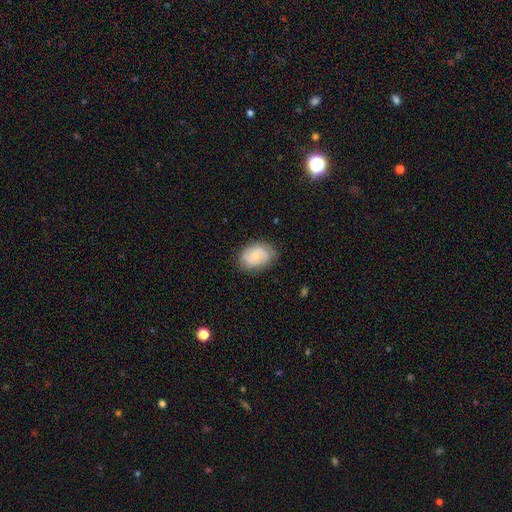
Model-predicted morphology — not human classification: smooth_or_featured: featured or disk (p=0.60) [alt: smooth p=0.33]
disk_edge_on: no (p=0.97) [alt: yes p=0.03]
bar: no (p=0.67) [alt: weak p=0.29]
has_spiral_arms: yes (p=0.88) [alt: no p=0.12]
spiral_winding: tight (p=0.45) [alt: medium p=0.41]
spiral_arm_count: 2 (p=0.70) [alt: can't tell p=0.16]
bulge_size: small (p=0.61) [alt: moderate p=0.34]
merging: none (p=0.78) [alt: minor disturbance p=0.16]